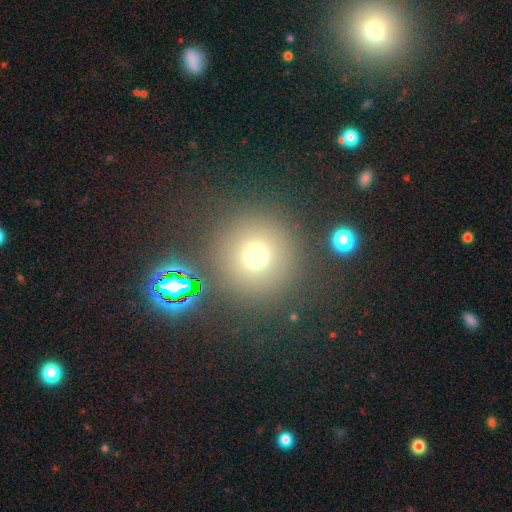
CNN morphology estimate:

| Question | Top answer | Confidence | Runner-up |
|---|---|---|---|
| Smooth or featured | smooth | 69% | star or artifact (21%) |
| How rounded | round | 95% | in between (4%) |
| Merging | none | 85% | minor disturbance (7%) |